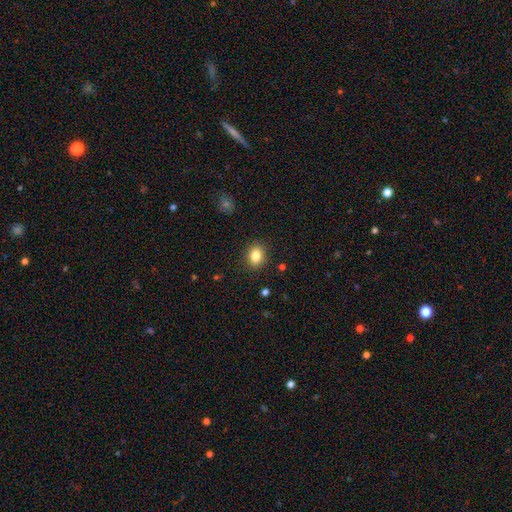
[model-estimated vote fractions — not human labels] This appears to be a smooth galaxy with no disk features (83%) that is in between round and cigar-shaped (54%). Merging: none (88%).